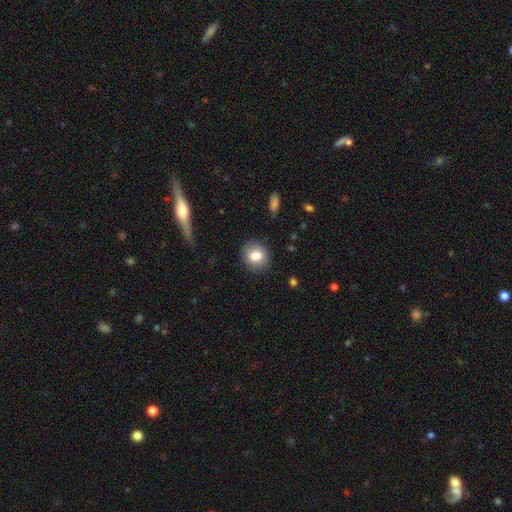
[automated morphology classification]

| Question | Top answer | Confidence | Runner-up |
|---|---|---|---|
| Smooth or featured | smooth | 80% | featured or disk (10%) |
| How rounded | round | 78% | in between (21%) |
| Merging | none | 87% | minor disturbance (9%) |